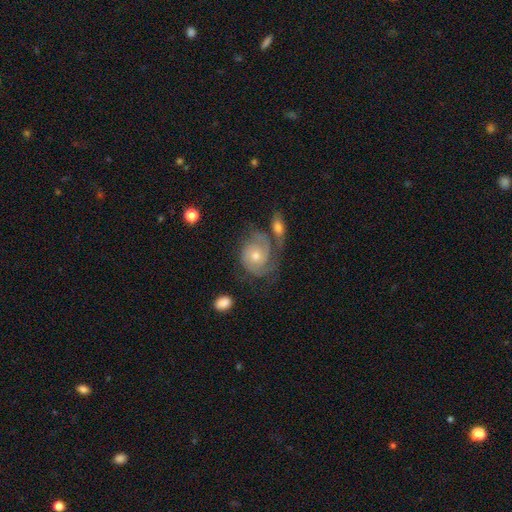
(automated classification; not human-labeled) This appears to be a featured or disk galaxy (75%) with no bar (80%), 2 (46%) tight (57%) spiral arms (91%) and a moderate central bulge (54%). Merging: none (40%).